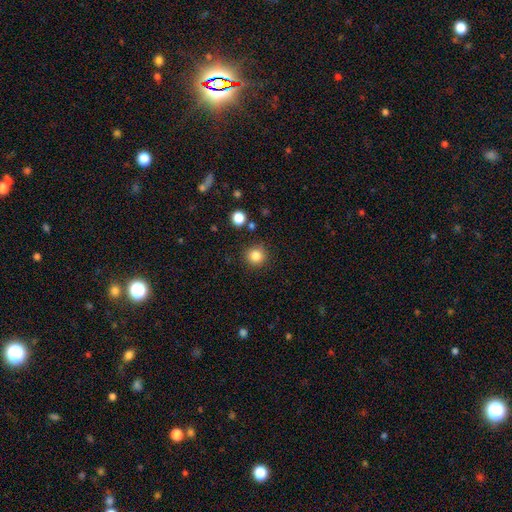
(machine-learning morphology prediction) Smooth or featured?
  - smooth: 84% *
  - star or artifact: 11%
  - featured or disk: 5%
How rounded?
  - round: 93% *
  - in between: 6%
  - cigar-shaped: 1%
Merging?
  - none: 88% *
  - minor disturbance: 7%
  - major disturbance: 3%
  - merger: 2%